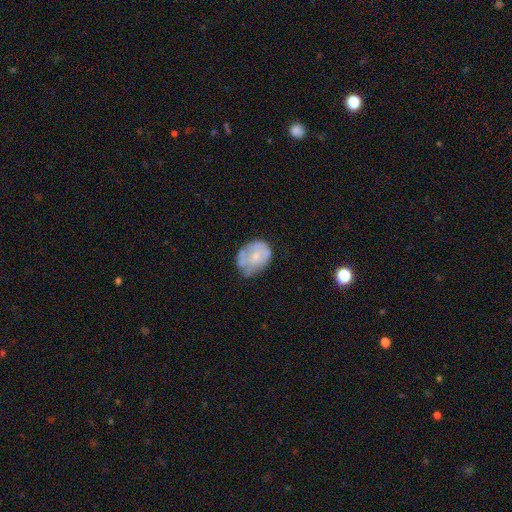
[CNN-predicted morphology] smooth-or-featured: featured or disk: 49% | smooth: 43% | star or artifact: 8%
  merging: none: 47% | minor disturbance: 32% | major disturbance: 17% | merger: 5%